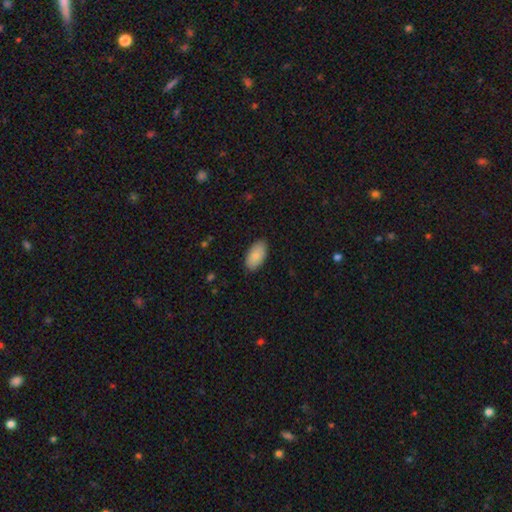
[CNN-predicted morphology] Smooth or featured? smooth (86%)
How rounded? in between (95%)
Merging? none (87%)